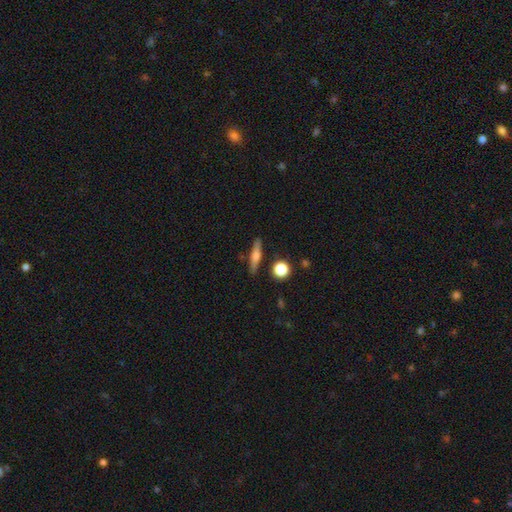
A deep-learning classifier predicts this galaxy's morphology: A smooth galaxy with no disk features (46%, tied with featured or disk). Merging: none (86%).